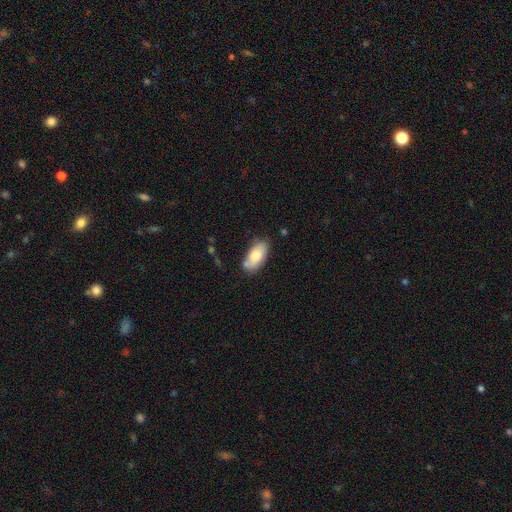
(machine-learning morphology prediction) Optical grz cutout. It shows a smooth galaxy with no disk features (77%) that is in between round and cigar-shaped (91%). Merging: none (70%).